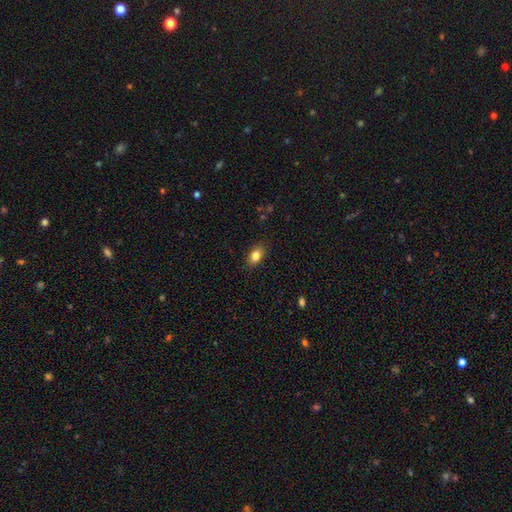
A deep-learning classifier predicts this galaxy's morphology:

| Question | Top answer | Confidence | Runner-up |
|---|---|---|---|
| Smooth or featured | smooth | 83% | star or artifact (9%) |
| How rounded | in between | 81% | round (16%) |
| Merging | none | 86% | minor disturbance (11%) |